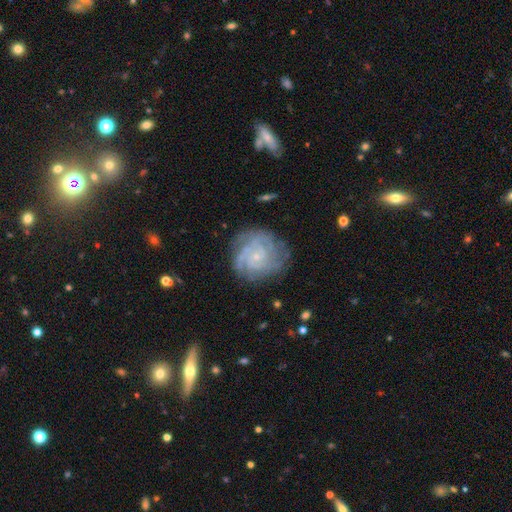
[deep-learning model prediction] Q: Smooth or featured?
A: featured or disk (80%); runner-up: smooth (13%)
Q: Edge-on disk?
A: no (98%); runner-up: yes (2%)
Q: Bar?
A: no (79%); runner-up: weak (18%)
Q: Spiral arms?
A: yes (92%); runner-up: no (8%)
Q: Spiral winding?
A: tight (71%); runner-up: medium (23%)
Q: Spiral arm count?
A: can't tell (36%); runner-up: 3 (19%)
Q: Bulge size?
A: small (83%); runner-up: moderate (10%)
Q: Merging?
A: none (72%); runner-up: minor disturbance (18%)